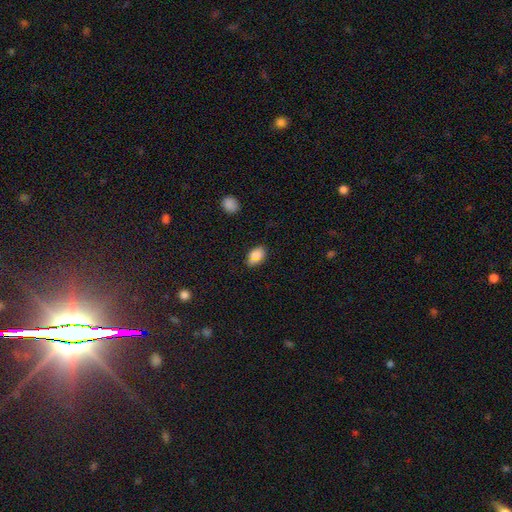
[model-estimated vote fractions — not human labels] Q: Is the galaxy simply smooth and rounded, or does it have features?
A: smooth — 81%.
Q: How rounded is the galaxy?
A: in between — 83%.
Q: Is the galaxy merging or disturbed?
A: none — 72%.